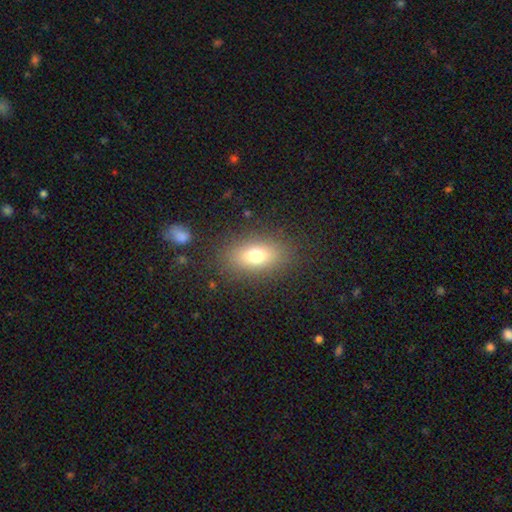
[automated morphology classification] Smooth or featured: smooth — 73% (featured or disk — 15%)
How rounded: in between — 82% (round — 14%)
Merging: none — 84% (minor disturbance — 10%)